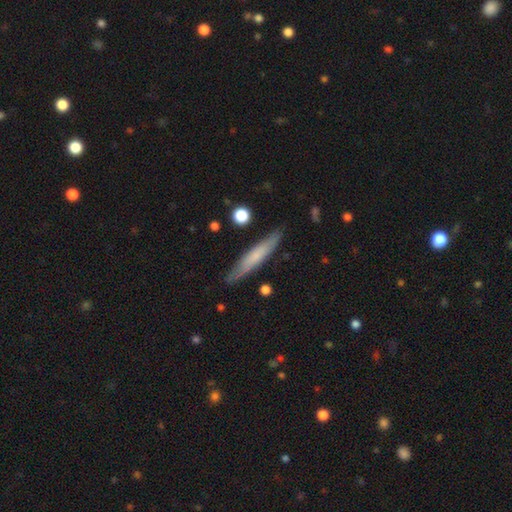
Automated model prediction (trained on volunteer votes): Overall: smooth (57%; featured or disk 37%). How rounded: cigar-shaped (92%). Merging: none (85%).